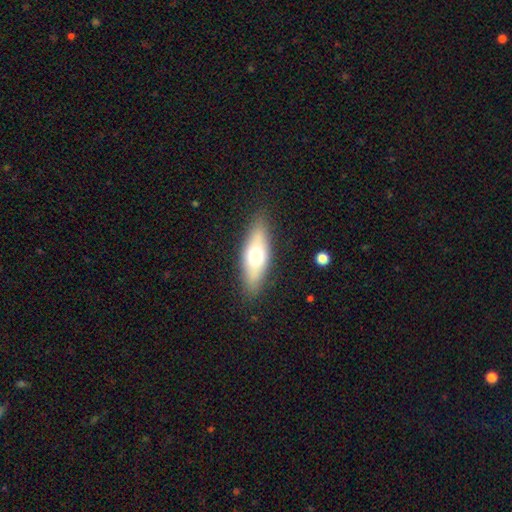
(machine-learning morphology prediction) Smooth or featured? smooth (60%)
How rounded? in between (56%)
Merging? none (85%)